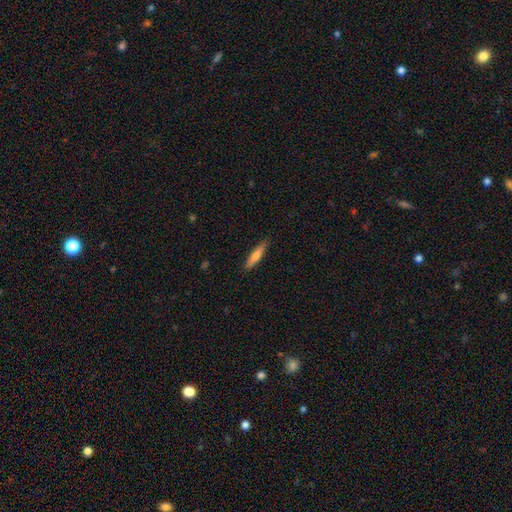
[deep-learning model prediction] This is likely a smooth galaxy (70%). How rounded: clearly cigar-shaped (86%). Merging: clearly none (88%).